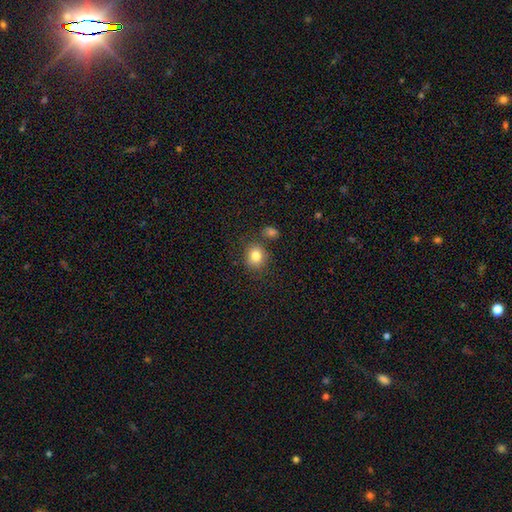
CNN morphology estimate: Smooth or featured? smooth (82%)
How rounded? round (68%)
Merging? none (74%)